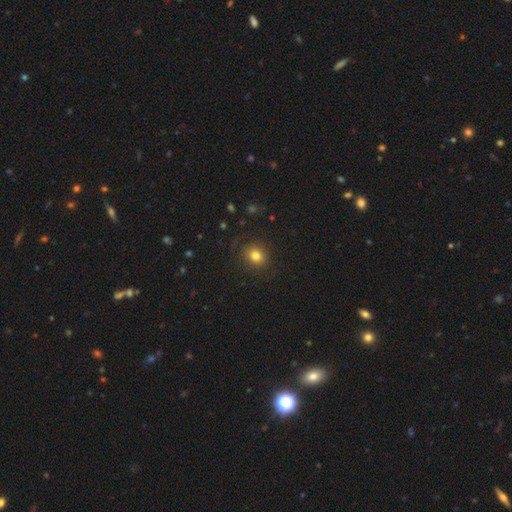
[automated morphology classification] Smooth or featured: smooth — 81% (star or artifact — 12%)
How rounded: round — 74% (in between — 25%)
Merging: none — 85% (minor disturbance — 10%)